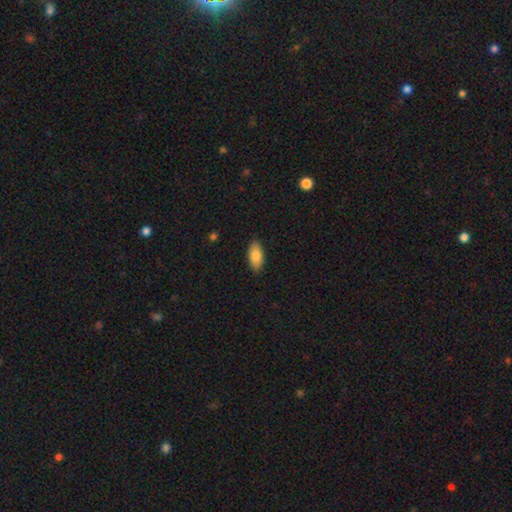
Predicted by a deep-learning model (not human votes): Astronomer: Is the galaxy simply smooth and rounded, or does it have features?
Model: smooth — 81%.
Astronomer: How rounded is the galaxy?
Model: in between — 91%.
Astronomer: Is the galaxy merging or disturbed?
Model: none — 88%.